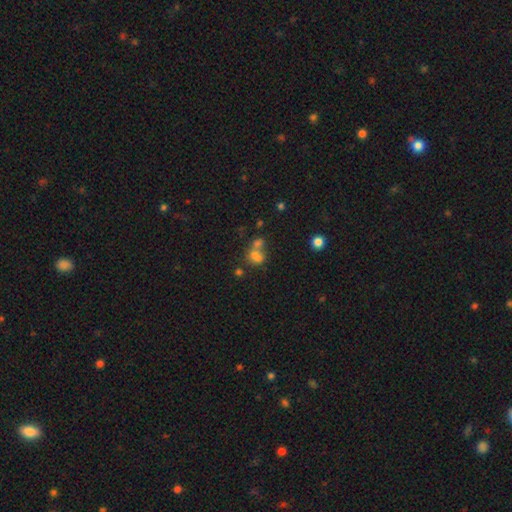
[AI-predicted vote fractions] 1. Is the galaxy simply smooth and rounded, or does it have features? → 68% smooth, 17% star or artifact, 15% featured or disk.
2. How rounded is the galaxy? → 51% in between, 47% round, 2% cigar-shaped.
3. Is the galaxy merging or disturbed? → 57% merger, 28% none, 9% minor disturbance, 6% major disturbance.